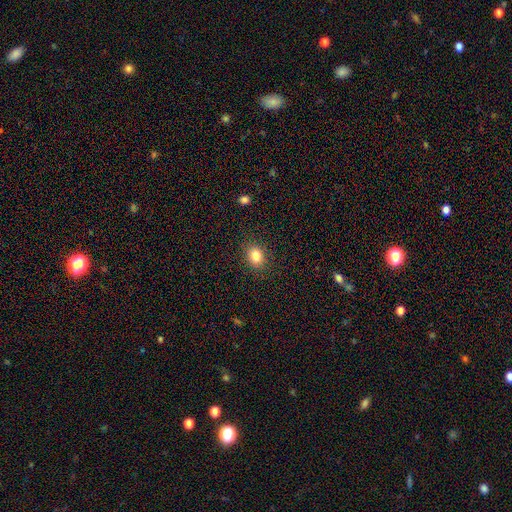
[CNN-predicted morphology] The model was most divided on "how rounded": in between: 56%, round: 43%, cigar-shaped: 1%. More confident: merging — none (87%); smooth or featured — smooth (83%).